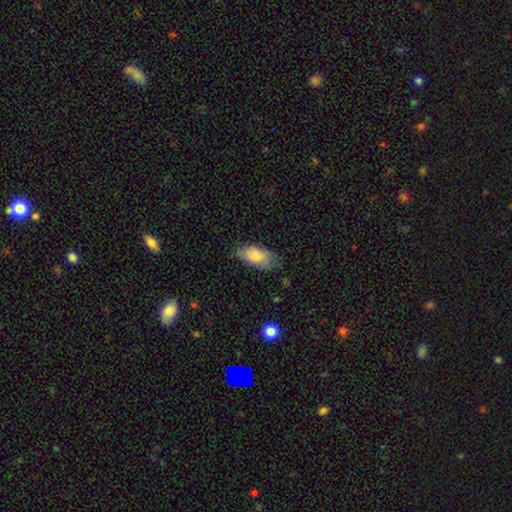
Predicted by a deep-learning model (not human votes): smooth_or_featured: smooth (p=0.81) [alt: featured or disk p=0.13]
how_rounded: in between (p=0.91) [alt: cigar-shaped p=0.06]
merging: none (p=0.65) [alt: minor disturbance p=0.27]